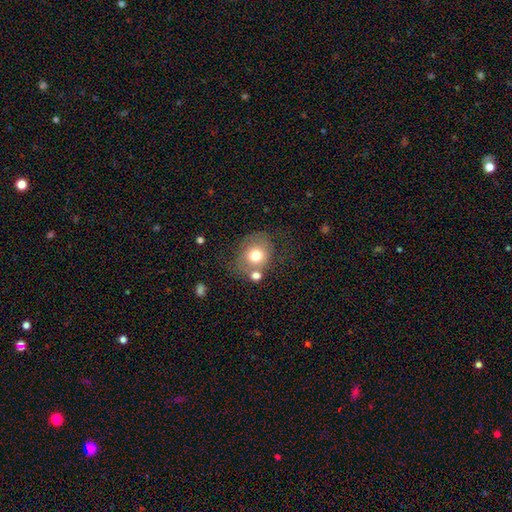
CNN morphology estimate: type=smooth (70%); roundness=round (72%); merging=none (54%).